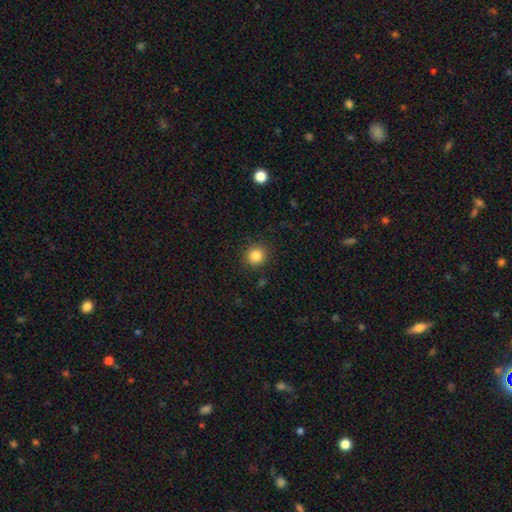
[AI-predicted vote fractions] Smooth or featured? Predicted: smooth (p=0.84). How rounded? Predicted: round (p=0.90). Merging? Predicted: none (p=0.89).